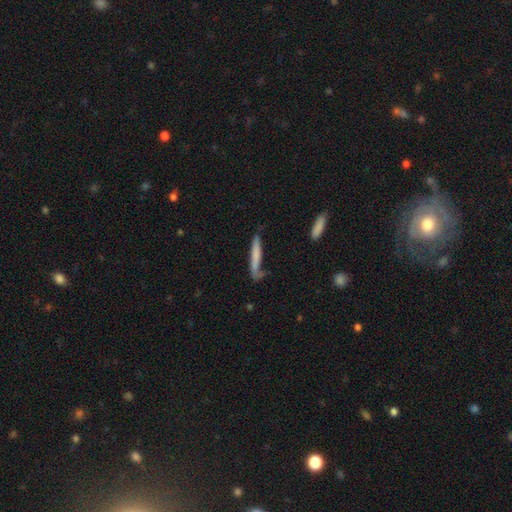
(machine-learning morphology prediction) A smooth galaxy with no disk features (67%) that is cigar-shaped (92%). Merging: none (55%).